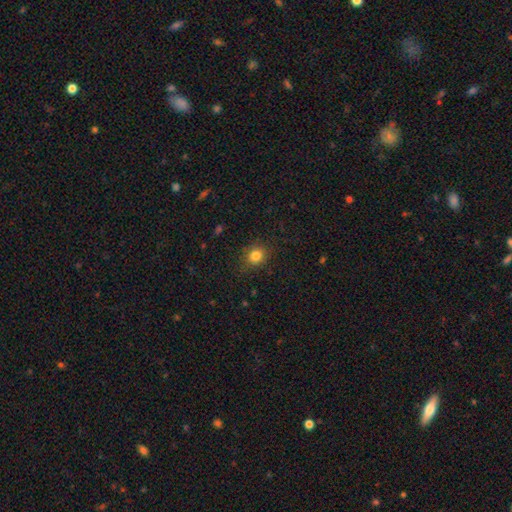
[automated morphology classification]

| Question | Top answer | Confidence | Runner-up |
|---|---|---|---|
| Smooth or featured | smooth | 82% | star or artifact (12%) |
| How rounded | round | 75% | in between (24%) |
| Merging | none | 85% | minor disturbance (11%) |